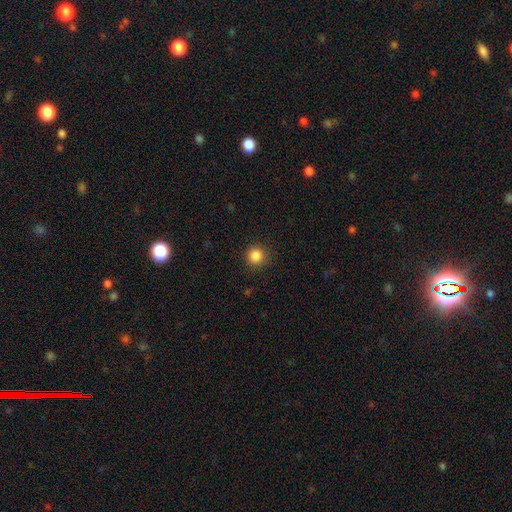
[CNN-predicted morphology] A smooth galaxy with no disk features (86%) that is round (94%). Merging: none (90%).